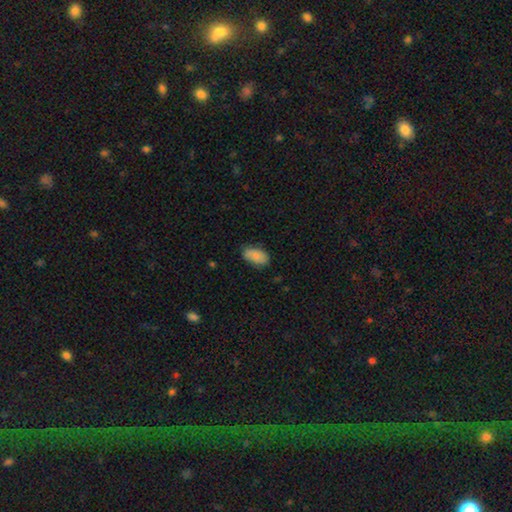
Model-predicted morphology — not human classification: Smooth or featured? Predicted: smooth (p=0.86). How rounded? Predicted: in between (p=0.93). Merging? Predicted: none (p=0.70).